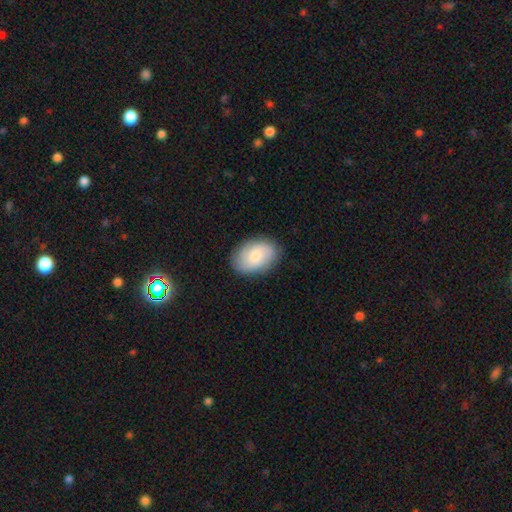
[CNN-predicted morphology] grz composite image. It shows a smooth galaxy with no disk features (68%) that is in between round and cigar-shaped (83%). Merging: none (84%).